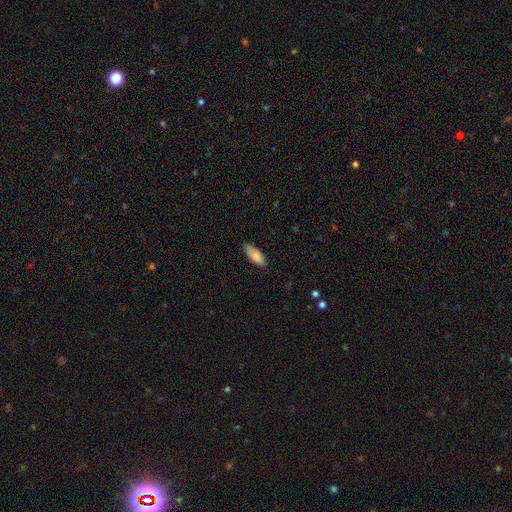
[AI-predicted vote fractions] smooth-or-featured: smooth: 82% | featured or disk: 12% | star or artifact: 6%
  how-rounded: in between: 75% | cigar-shaped: 24% | round: 2%
  merging: none: 73% | minor disturbance: 23% | major disturbance: 3% | merger: 1%